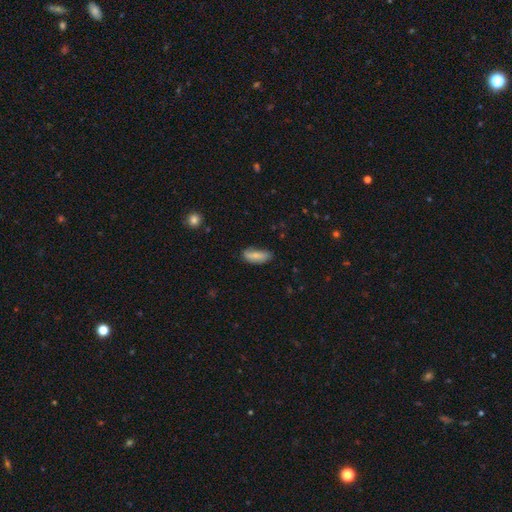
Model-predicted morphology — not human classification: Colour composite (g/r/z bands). It shows a smooth galaxy with no disk features (79%) that is in between round and cigar-shaped (76%). Merging: none (62%).